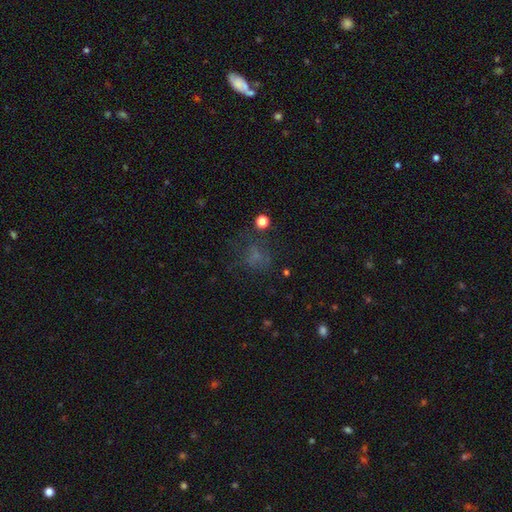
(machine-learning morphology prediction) smooth 49%, star or artifact 31%, featured or disk 20%. Down the decision tree: merging — none (53%).